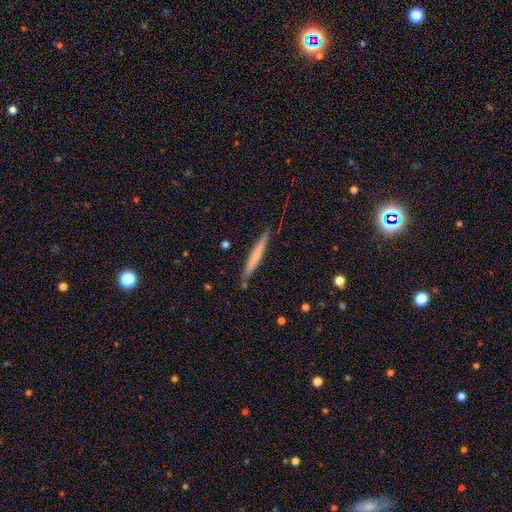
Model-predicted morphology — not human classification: smooth-or-featured: smooth: 55% | featured or disk: 40% | star or artifact: 6%
  how-rounded: cigar-shaped: 96% | in between: 3% | round: 1%
  merging: none: 83% | minor disturbance: 13% | major disturbance: 2% | merger: 2%